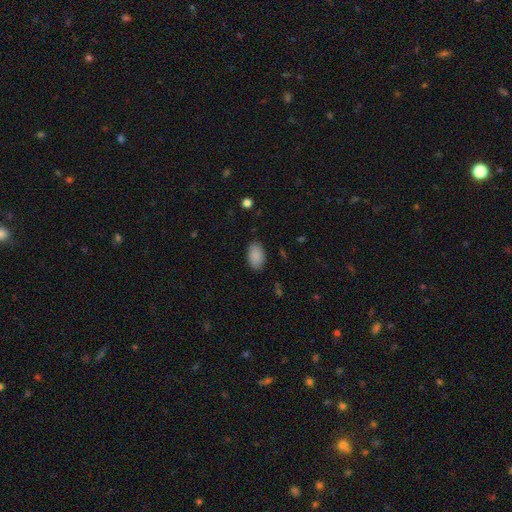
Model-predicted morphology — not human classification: smooth_or_featured: smooth (p=0.89) [alt: star or artifact p=0.07]
how_rounded: in between (p=0.93) [alt: round p=0.05]
merging: none (p=0.86) [alt: minor disturbance p=0.10]